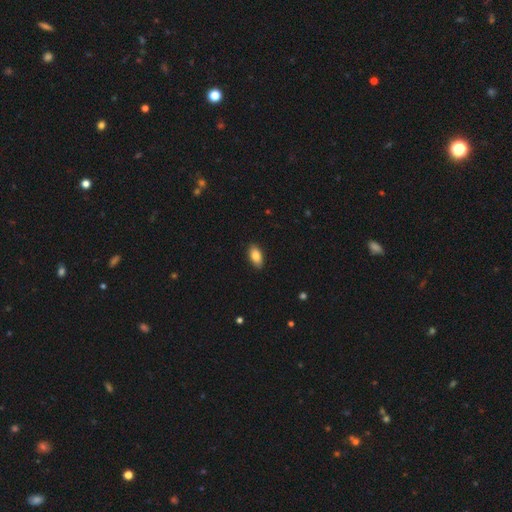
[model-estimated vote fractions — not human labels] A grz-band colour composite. It shows a smooth galaxy with no disk features (85%) that is in between round and cigar-shaped (92%). Merging: none (88%).